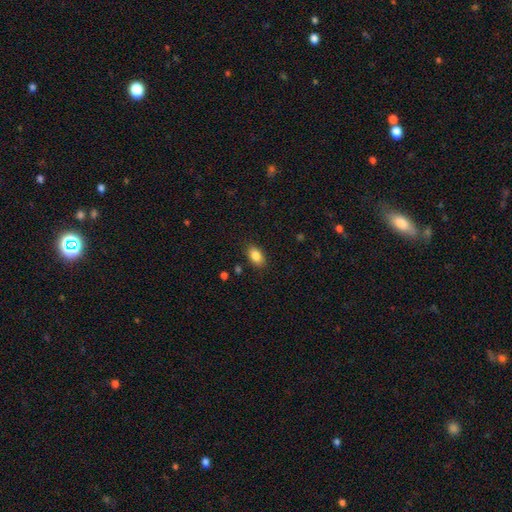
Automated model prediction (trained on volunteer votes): smooth-or-featured: smooth: 86% | star or artifact: 8% | featured or disk: 6%
  how-rounded: in between: 90% | round: 7% | cigar-shaped: 3%
  merging: none: 87% | minor disturbance: 10% | major disturbance: 2% | merger: 1%